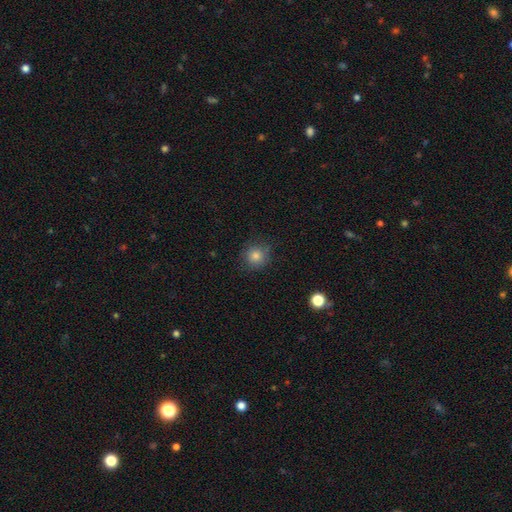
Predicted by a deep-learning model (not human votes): The model was most divided on "smooth or featured": smooth: 81%, star or artifact: 12%, featured or disk: 7%. More confident: how rounded — round (93%); merging — none (84%).